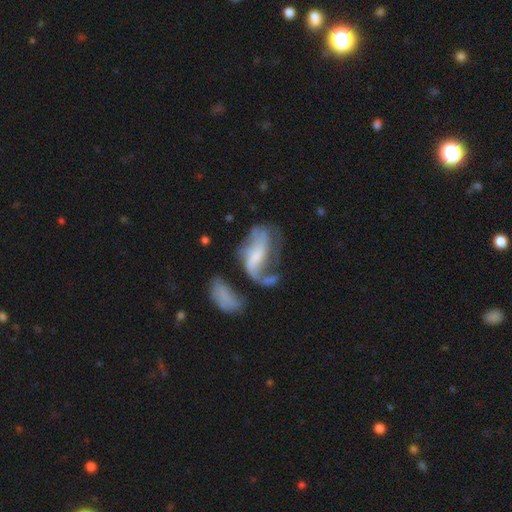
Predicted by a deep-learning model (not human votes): Overall: featured or disk (68%). Edge-on disk: no (95%). Bar: no (46%; weak 36%). Spiral arms: yes (72%). Bulge size: small (35%; none 33%). Merging: major disturbance (38%; merger 24%).